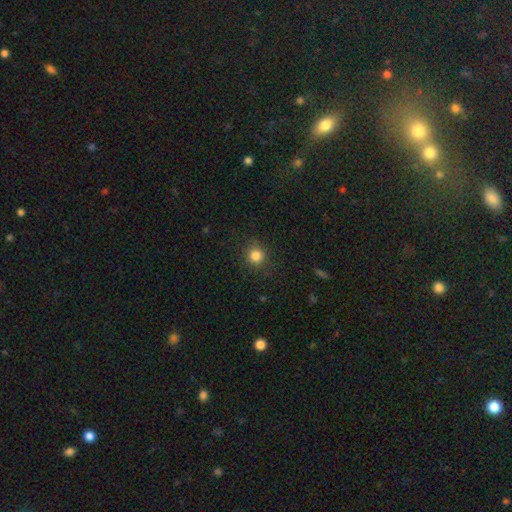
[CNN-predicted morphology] smooth_or_featured: smooth (p=0.83) [alt: star or artifact p=0.13]
how_rounded: round (p=0.92) [alt: in between p=0.07]
merging: none (p=0.88) [alt: minor disturbance p=0.08]